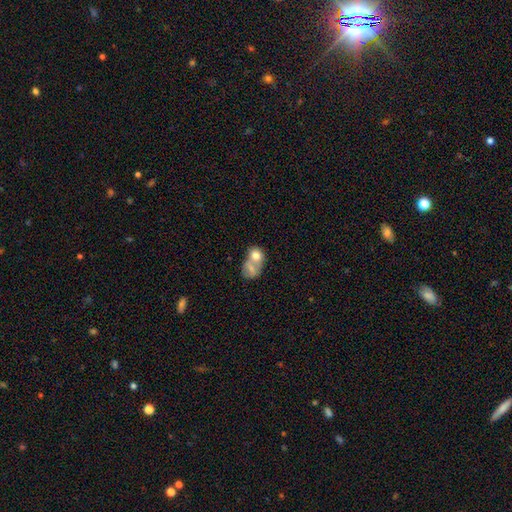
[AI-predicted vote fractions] A smooth galaxy with no disk features (70%) that is in between round and cigar-shaped (50%). Merging: merger (68%).